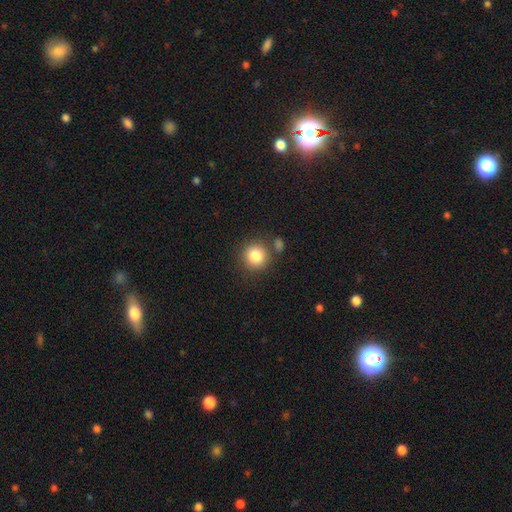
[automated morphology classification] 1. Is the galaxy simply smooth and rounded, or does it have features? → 84% smooth, 10% star or artifact, 7% featured or disk.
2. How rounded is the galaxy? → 92% round, 7% in between, 1% cigar-shaped.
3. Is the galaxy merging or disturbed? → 77% none, 10% merger, 10% minor disturbance, 3% major disturbance.